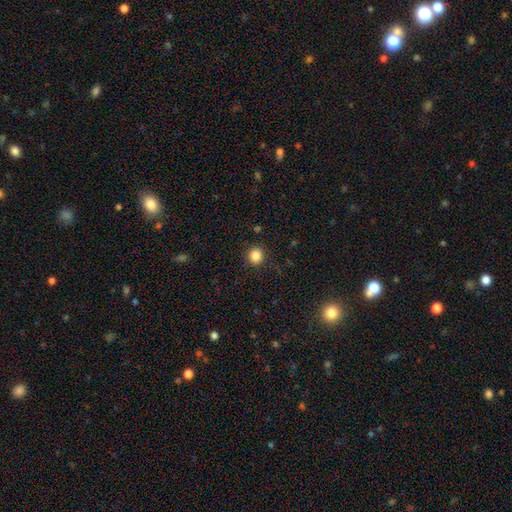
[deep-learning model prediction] The model was most divided on "smooth or featured": smooth: 85%, star or artifact: 11%, featured or disk: 4%. More confident: merging — none (90%); how rounded — round (87%).